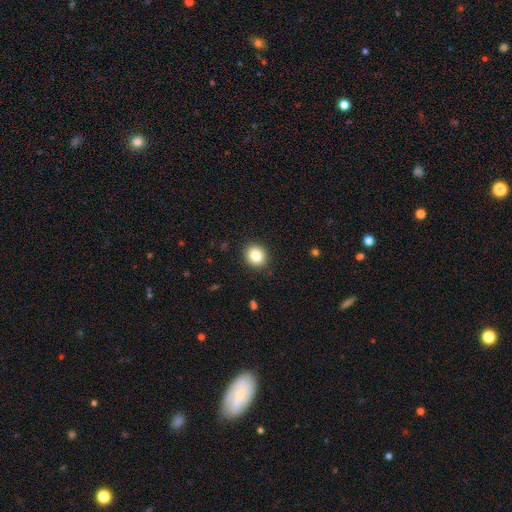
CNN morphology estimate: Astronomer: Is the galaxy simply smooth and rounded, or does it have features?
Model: smooth — 83%.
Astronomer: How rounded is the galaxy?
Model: round — 79%.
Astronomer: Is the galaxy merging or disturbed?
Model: none — 90%.